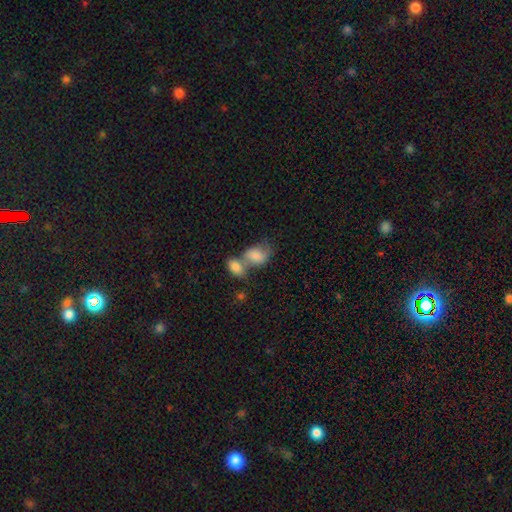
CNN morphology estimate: Smooth or featured? smooth (76%)
How rounded? in between (79%)
Merging? merger (63%)